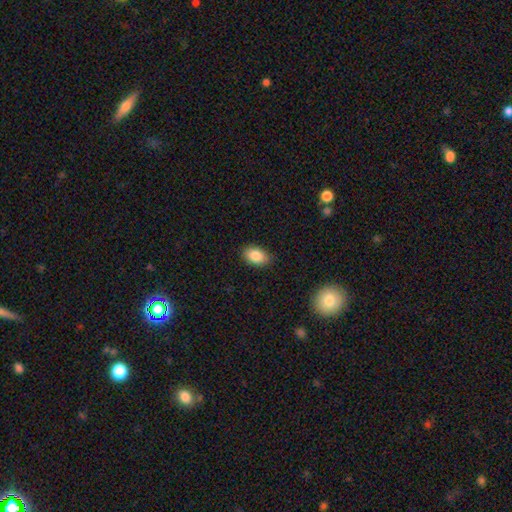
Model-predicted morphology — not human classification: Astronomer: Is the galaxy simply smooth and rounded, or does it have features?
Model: smooth — 85%.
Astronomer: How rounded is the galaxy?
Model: in between — 90%.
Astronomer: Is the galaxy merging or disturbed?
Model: none — 86%.